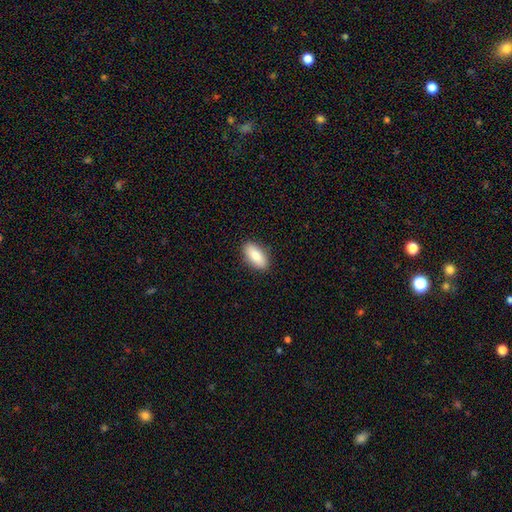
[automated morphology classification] This appears to be a smooth galaxy with no disk features (83%) that is in between round and cigar-shaped (86%). Merging: none (89%).